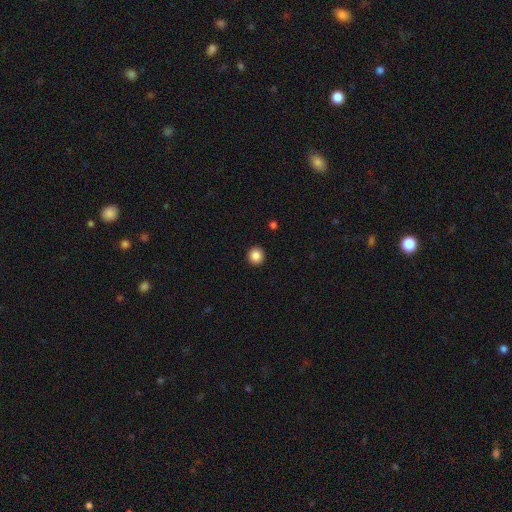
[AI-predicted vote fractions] smooth_or_featured: smooth (p=0.87) [alt: star or artifact p=0.10]
how_rounded: round (p=0.94) [alt: in between p=0.05]
merging: none (p=0.93) [alt: minor disturbance p=0.04]